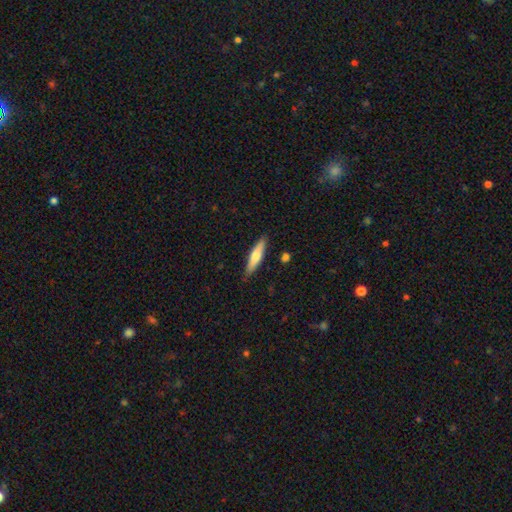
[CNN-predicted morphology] This is likely a smooth galaxy (60%). How rounded: likely cigar-shaped (79%). Merging: clearly none (87%).